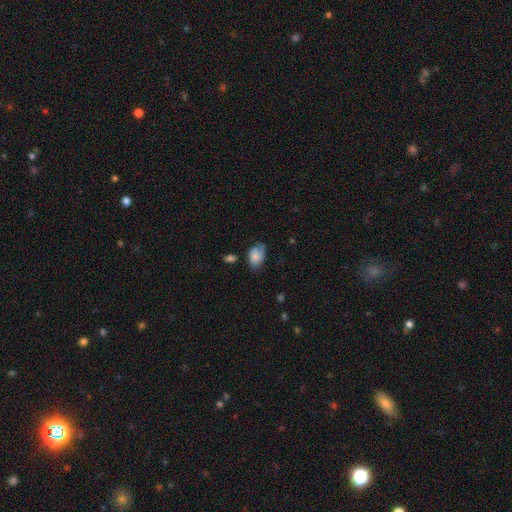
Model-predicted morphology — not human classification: Smooth or featured? Predicted: smooth (p=0.75). How rounded? Predicted: in between (p=0.84). Merging? Predicted: none (p=0.47).